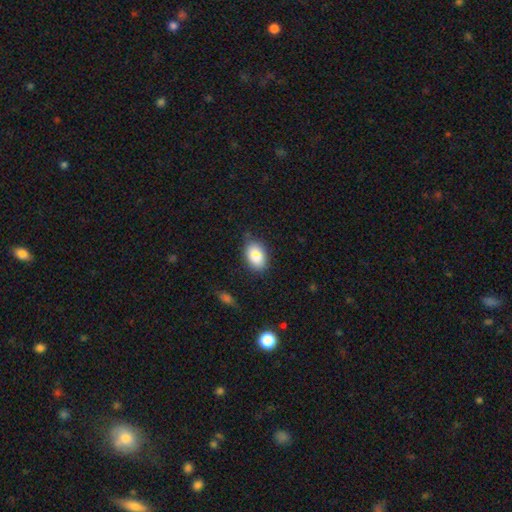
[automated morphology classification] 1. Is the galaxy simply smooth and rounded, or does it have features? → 87% smooth, 7% star or artifact, 6% featured or disk.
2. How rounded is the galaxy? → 89% in between, 10% round, 1% cigar-shaped.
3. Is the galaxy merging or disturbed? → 79% none, 16% minor disturbance, 4% major disturbance, 2% merger.